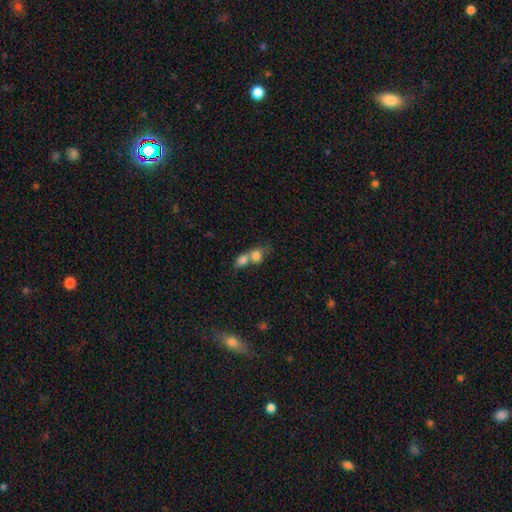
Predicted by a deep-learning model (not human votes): A smooth galaxy with no disk features (76%) that is round (52%). Merging: merger (75%).